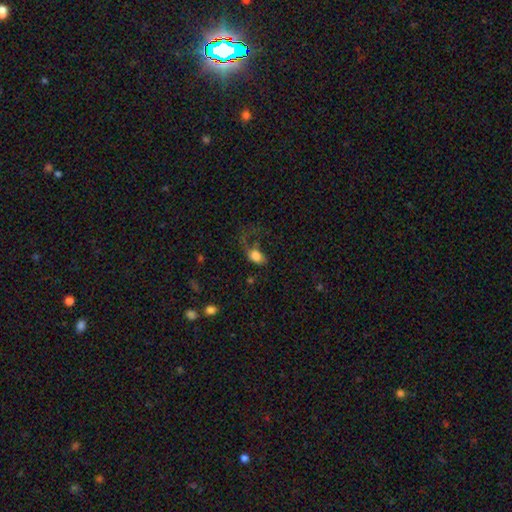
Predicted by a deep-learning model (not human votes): Overall: smooth (73%). How rounded: in between (85%). Merging: major disturbance (53%; none 24%).